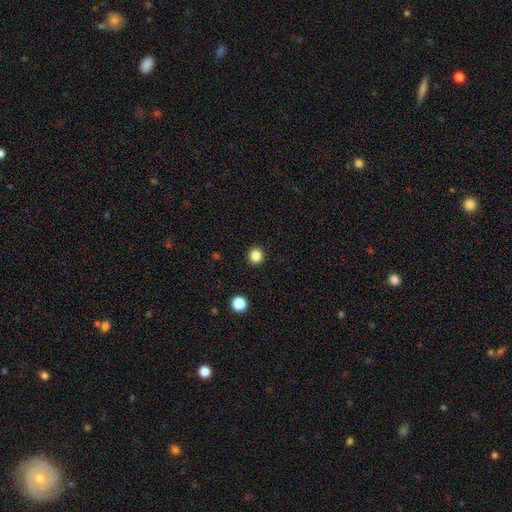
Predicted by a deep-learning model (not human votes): The model was most divided on "smooth or featured": smooth: 85%, star or artifact: 12%, featured or disk: 3%. More confident: how rounded — round (94%); merging — none (93%).